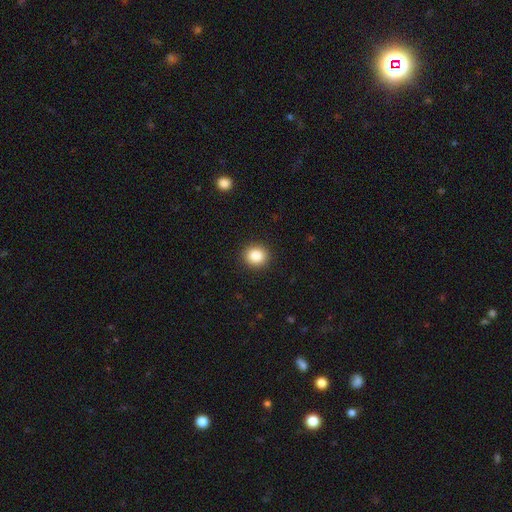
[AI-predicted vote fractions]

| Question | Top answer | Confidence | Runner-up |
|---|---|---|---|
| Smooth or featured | smooth | 87% | star or artifact (9%) |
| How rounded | round | 85% | in between (14%) |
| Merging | none | 92% | minor disturbance (6%) |